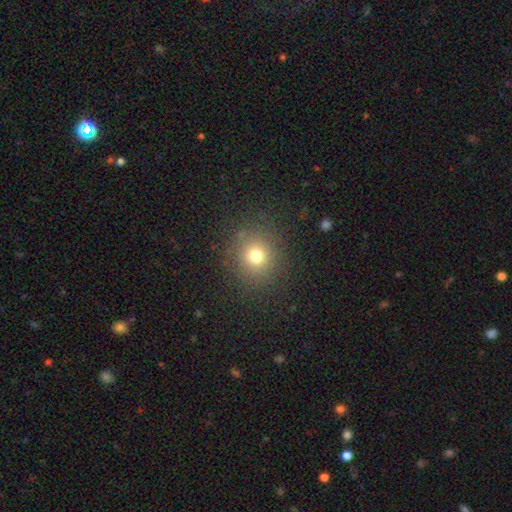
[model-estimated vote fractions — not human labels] The model was most divided on "smooth or featured": smooth: 73%, star or artifact: 18%, featured or disk: 9%. More confident: how rounded — round (87%); merging — none (86%).